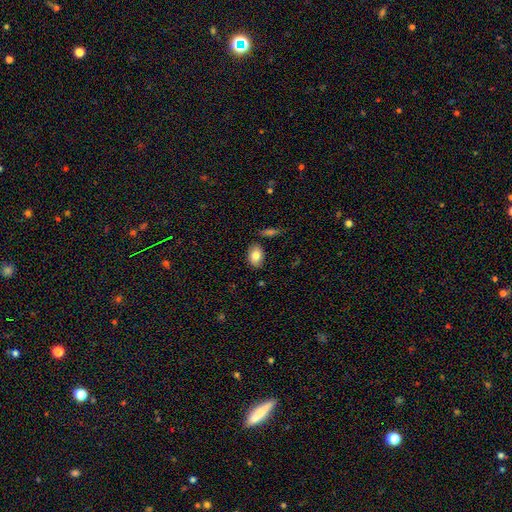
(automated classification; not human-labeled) smooth 81%, featured or disk 11%, star or artifact 7%. Down the decision tree: how rounded — in between (82%); merging — none (82%).